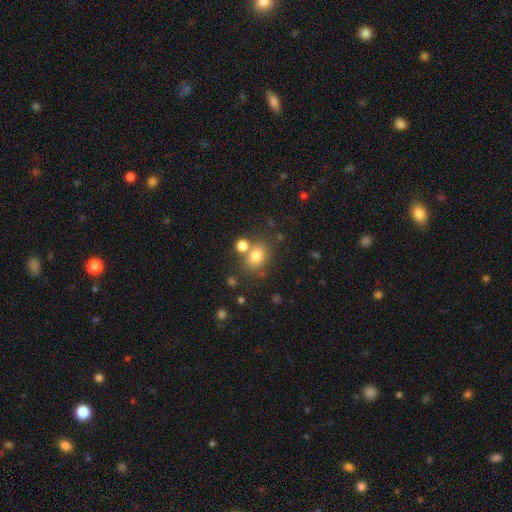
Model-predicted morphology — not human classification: A smooth galaxy with no disk features (77%) that is round (59%). Merging: none (66%).